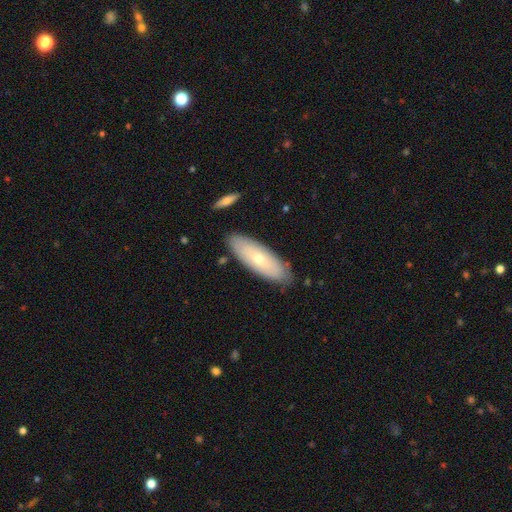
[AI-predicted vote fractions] Q: Smooth or featured?
A: smooth (55%); runner-up: featured or disk (37%)
Q: How rounded?
A: in between (62%); runner-up: cigar-shaped (36%)
Q: Merging?
A: none (85%); runner-up: minor disturbance (11%)